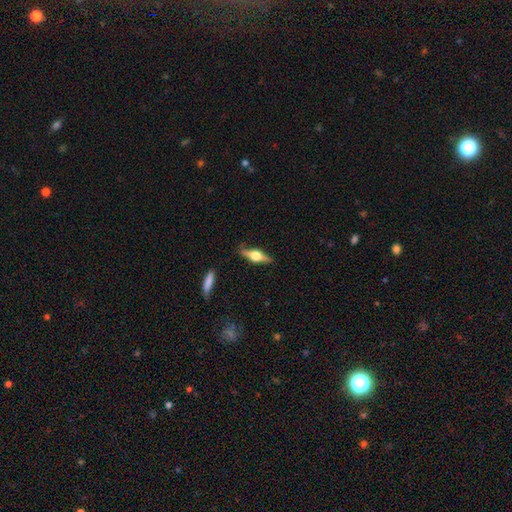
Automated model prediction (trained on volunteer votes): Smooth or featured? featured or disk (68%)
Edge-on disk? yes (96%)
Edge-on bulge? rounded (94%)
Merging? none (84%)